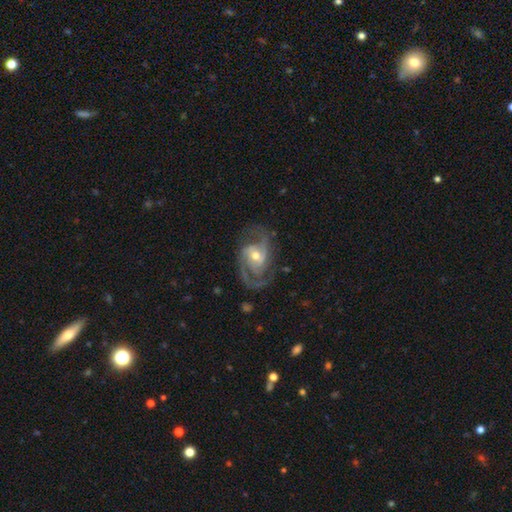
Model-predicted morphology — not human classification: featured or disk 90%, smooth 6%, star or artifact 5%. Down the decision tree: edge-on disk — no (97%); bar — no (52%); spiral arms — yes (97%); spiral arm count — 2 (72%); spiral winding — medium (54%); bulge size — moderate (67%); merging — none (70%).